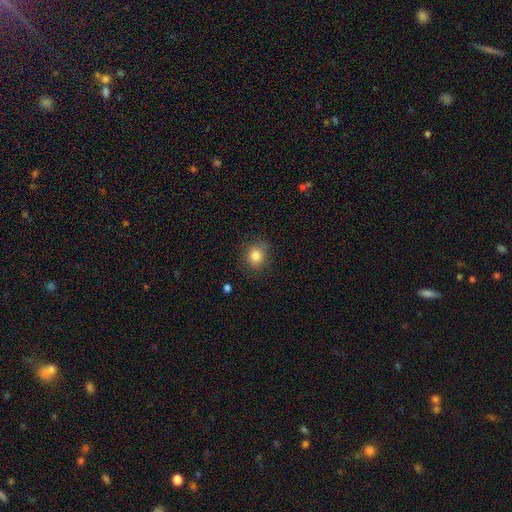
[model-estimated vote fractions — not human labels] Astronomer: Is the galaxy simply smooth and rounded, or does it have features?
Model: smooth — 83%.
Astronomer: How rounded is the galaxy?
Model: round — 76%.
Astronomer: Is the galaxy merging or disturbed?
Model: none — 83%.